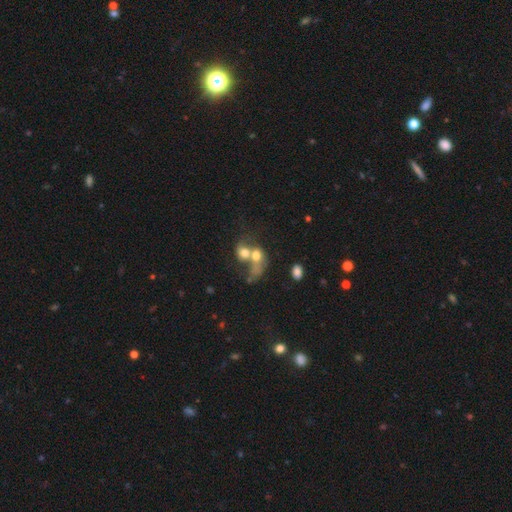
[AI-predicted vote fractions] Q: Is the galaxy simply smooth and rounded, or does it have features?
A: smooth — 57%.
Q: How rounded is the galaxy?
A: round — 51%.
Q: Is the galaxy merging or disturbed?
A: merger — 74%.